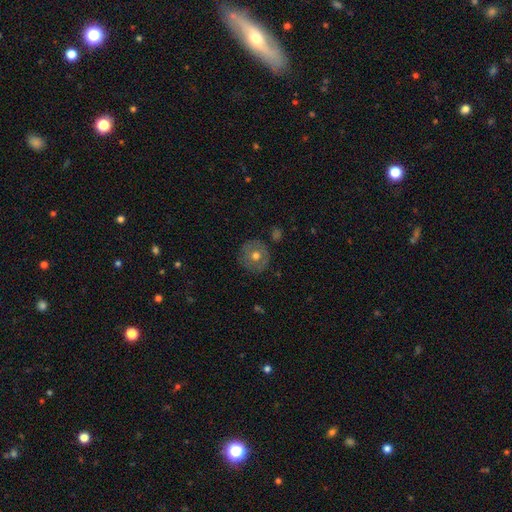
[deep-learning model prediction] Smooth or featured? Predicted: smooth (p=0.58). How rounded? Predicted: round (p=0.93). Merging? Predicted: none (p=0.84).